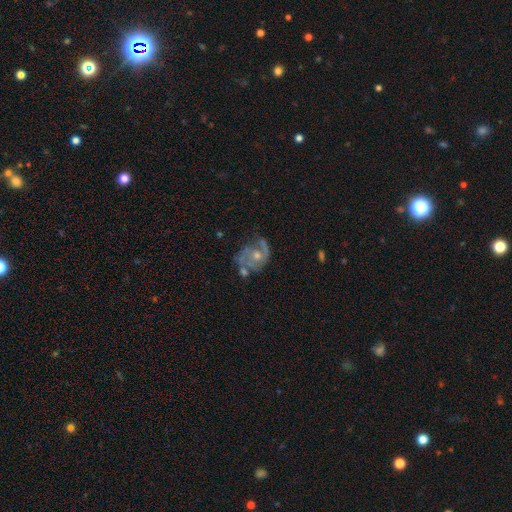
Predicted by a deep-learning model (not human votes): Smooth or featured: featured or disk — 77% (smooth — 16%)
Edge-on disk: no — 98% (yes — 2%)
Bar: no — 76% (weak — 21%)
Spiral arms: yes — 84% (no — 16%)
Spiral winding: medium — 44% (tight — 32%)
Spiral arm count: 2 — 54% (can't tell — 18%)
Bulge size: moderate — 57% (small — 37%)
Merging: none — 44% (minor disturbance — 25%)